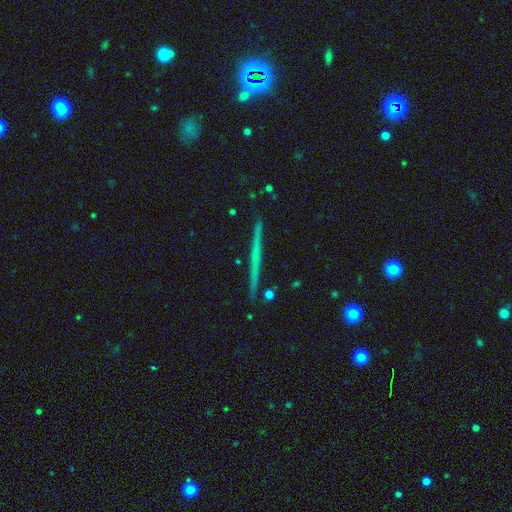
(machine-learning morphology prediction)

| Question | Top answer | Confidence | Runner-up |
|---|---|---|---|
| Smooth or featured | featured or disk | 60% | smooth (31%) |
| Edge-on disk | yes | 98% | no (2%) |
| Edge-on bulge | none | 85% | rounded (11%) |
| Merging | none | 91% | minor disturbance (6%) |